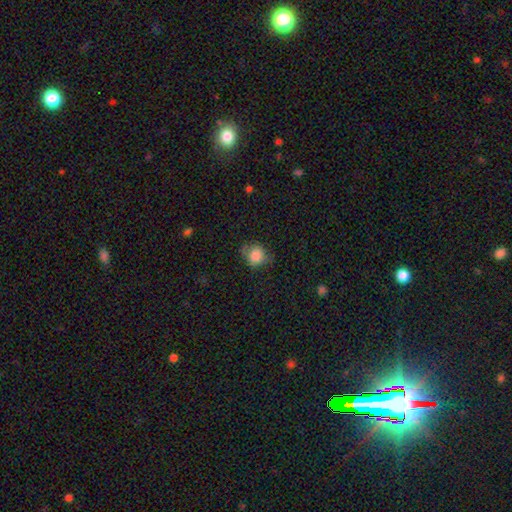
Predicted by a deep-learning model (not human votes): Q: Smooth or featured?
A: smooth (82%); runner-up: star or artifact (9%)
Q: How rounded?
A: round (78%); runner-up: in between (21%)
Q: Merging?
A: none (60%); runner-up: minor disturbance (27%)